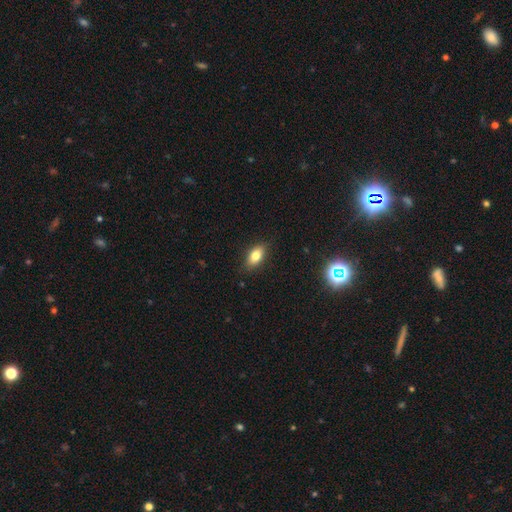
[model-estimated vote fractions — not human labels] This is likely a smooth galaxy (78%). How rounded: clearly in between (87%). Merging: clearly none (86%).